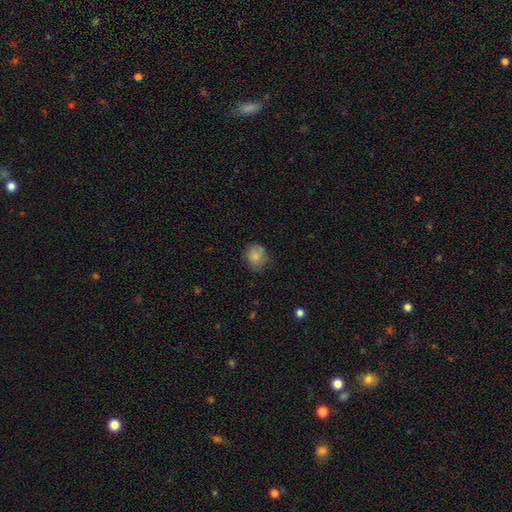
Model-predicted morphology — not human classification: smooth-or-featured: smooth: 79% | featured or disk: 11% | star or artifact: 9%
  how-rounded: round: 63% | in between: 36% | cigar-shaped: 1%
  merging: none: 65% | minor disturbance: 25% | major disturbance: 7% | merger: 3%